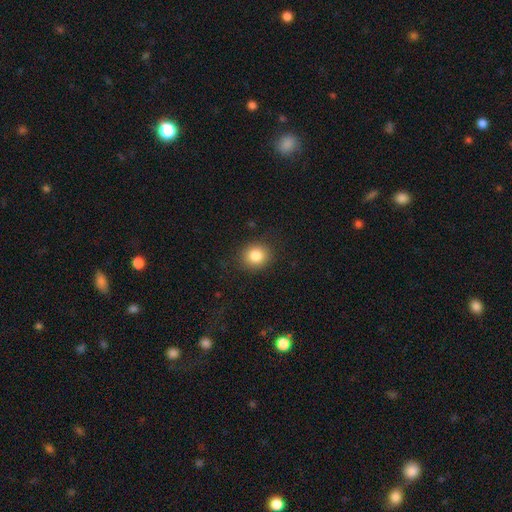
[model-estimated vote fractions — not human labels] Q: Smooth or featured?
A: smooth (85%); runner-up: star or artifact (10%)
Q: How rounded?
A: round (79%); runner-up: in between (20%)
Q: Merging?
A: none (87%); runner-up: minor disturbance (9%)